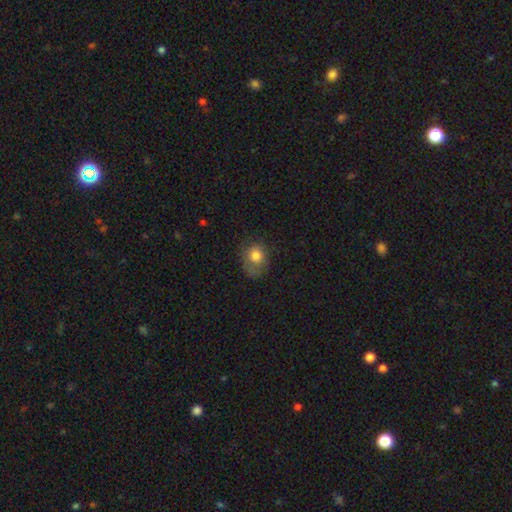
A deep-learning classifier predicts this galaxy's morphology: Overall: smooth (77%). How rounded: round (56%; in between 43%). Merging: none (48%; minor disturbance 30%).